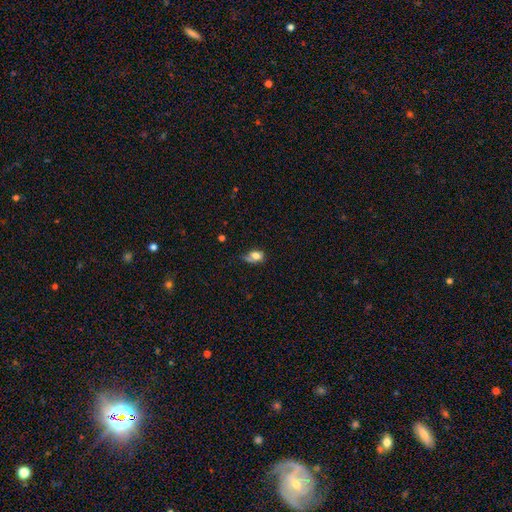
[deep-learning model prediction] This appears to be a smooth galaxy with no disk features (69%) that is in between round and cigar-shaped (67%). Merging: none (35%).